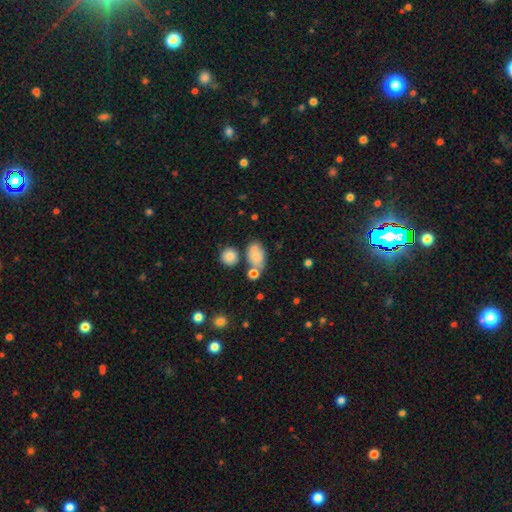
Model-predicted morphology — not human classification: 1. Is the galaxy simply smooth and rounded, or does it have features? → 72% smooth, 18% featured or disk, 10% star or artifact.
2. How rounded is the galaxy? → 83% in between, 15% round, 2% cigar-shaped.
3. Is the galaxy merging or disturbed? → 51% none, 22% merger, 20% minor disturbance, 7% major disturbance.